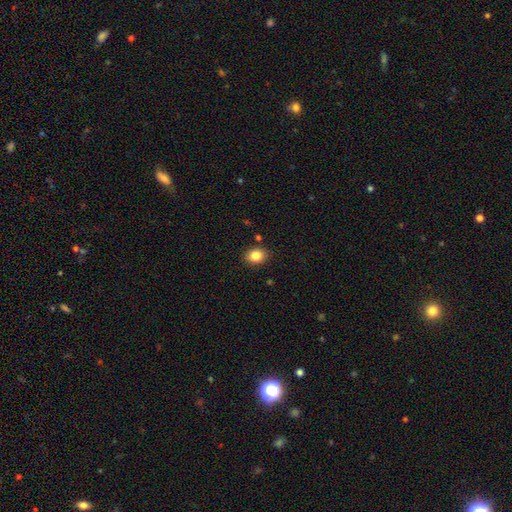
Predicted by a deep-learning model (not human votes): The model was most divided on "how rounded": in between: 54%, round: 45%, cigar-shaped: 1%. More confident: merging — none (87%); smooth or featured — smooth (84%).